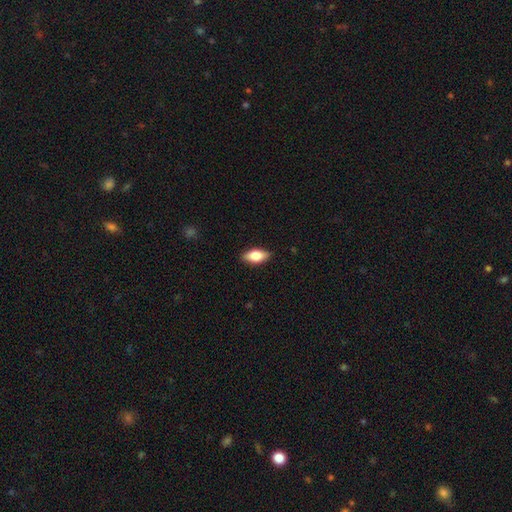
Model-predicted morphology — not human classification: smooth 77%, featured or disk 16%, star or artifact 7%. Down the decision tree: how rounded — in between (87%); merging — none (87%).